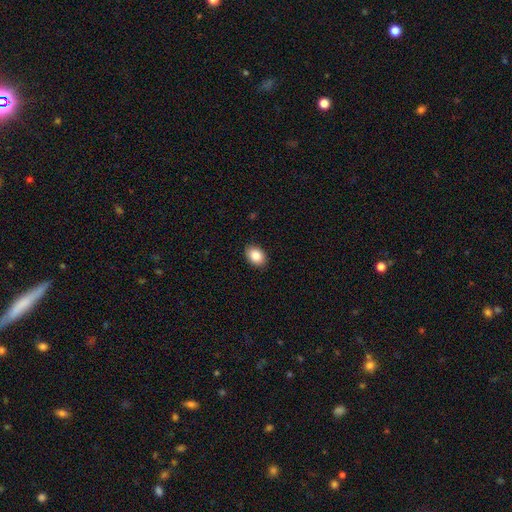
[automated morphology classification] This appears to be a smooth galaxy with no disk features (87%) that is in between round and cigar-shaped (77%). Merging: none (88%).